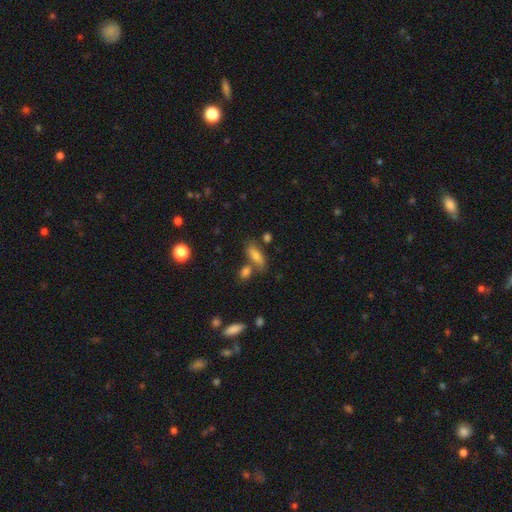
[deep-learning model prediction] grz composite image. It shows a smooth galaxy with no disk features (71%) that is in between round and cigar-shaped (59%). Merging: none (62%).